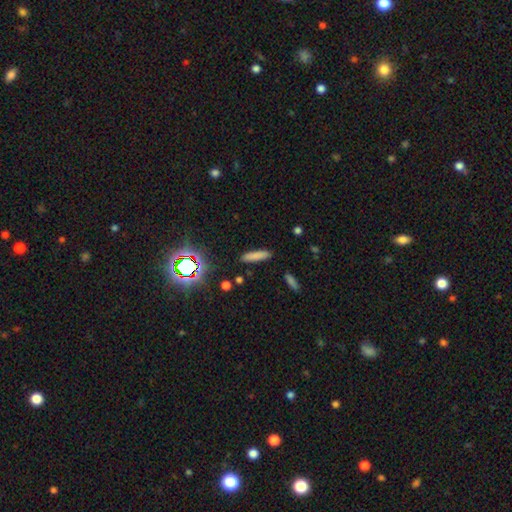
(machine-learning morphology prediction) Smooth or featured?
  - smooth: 79% *
  - star or artifact: 12%
  - featured or disk: 9%
How rounded?
  - cigar-shaped: 79% *
  - in between: 20%
  - round: 2%
Merging?
  - none: 88% *
  - minor disturbance: 8%
  - major disturbance: 2%
  - merger: 2%